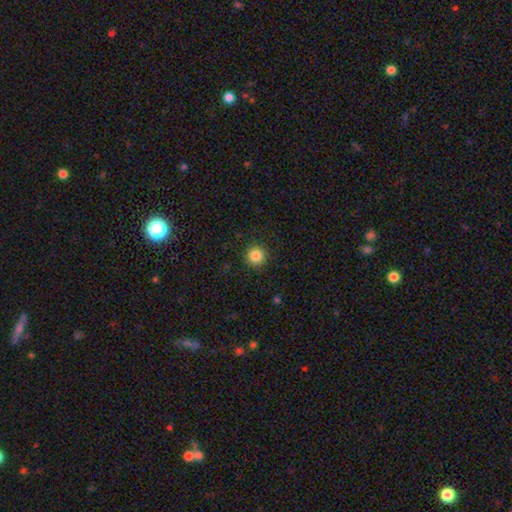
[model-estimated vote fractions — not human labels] smooth-or-featured: smooth: 84% | star or artifact: 11% | featured or disk: 5%
  how-rounded: round: 95% | in between: 4% | cigar-shaped: 1%
  merging: none: 92% | minor disturbance: 5% | major disturbance: 2% | merger: 1%